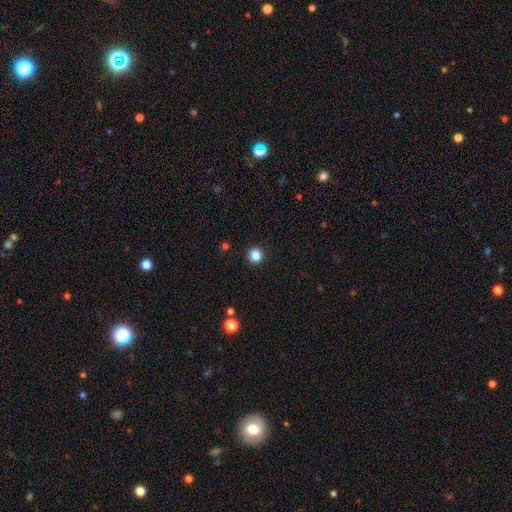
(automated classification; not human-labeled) A smooth galaxy with no disk features (85%) that is round (94%). Merging: none (93%).